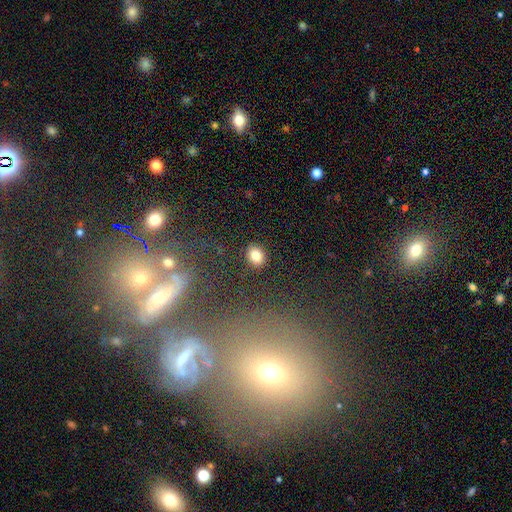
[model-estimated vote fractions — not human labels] Q: Smooth or featured?
A: smooth (83%); runner-up: star or artifact (11%)
Q: How rounded?
A: in between (53%); runner-up: round (46%)
Q: Merging?
A: none (87%); runner-up: minor disturbance (9%)